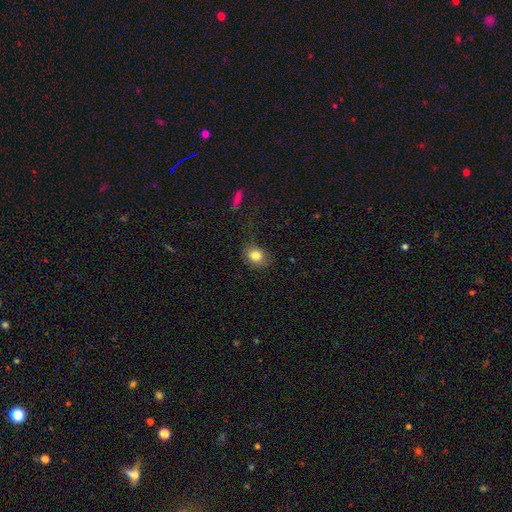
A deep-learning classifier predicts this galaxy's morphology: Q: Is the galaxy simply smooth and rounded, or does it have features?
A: smooth — 82%.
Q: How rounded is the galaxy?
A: round — 51%.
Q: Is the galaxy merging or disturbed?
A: none — 73%.